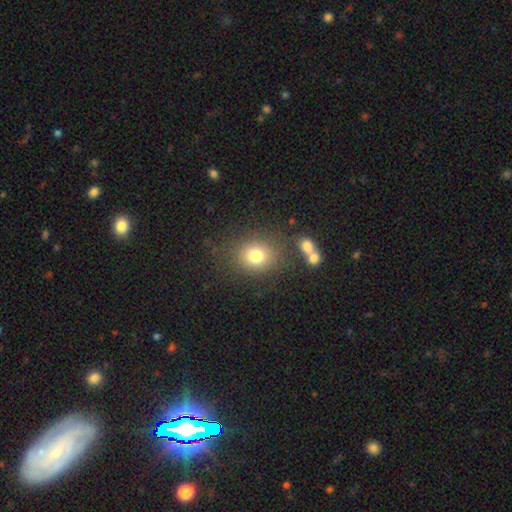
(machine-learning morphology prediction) Smooth or featured? Predicted: smooth (p=0.77). How rounded? Predicted: round (p=0.71). Merging? Predicted: none (p=0.77).